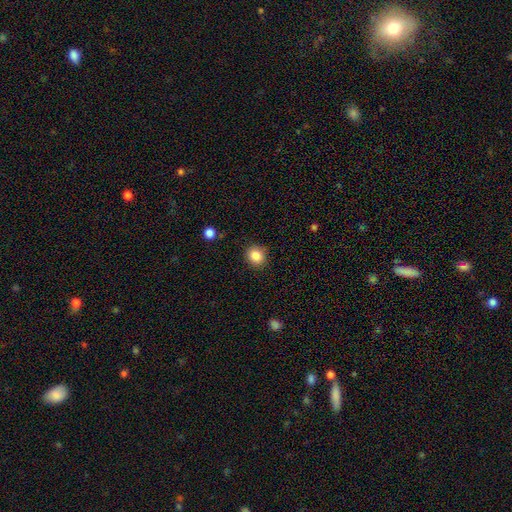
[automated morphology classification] type=smooth (86%); roundness=round (84%); merging=none (89%).